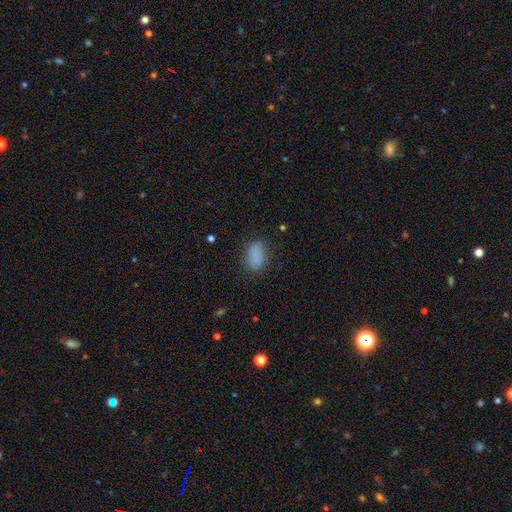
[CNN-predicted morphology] Smooth or featured: smooth — 85% (star or artifact — 9%)
How rounded: in between — 90% (round — 7%)
Merging: none — 76% (minor disturbance — 17%)